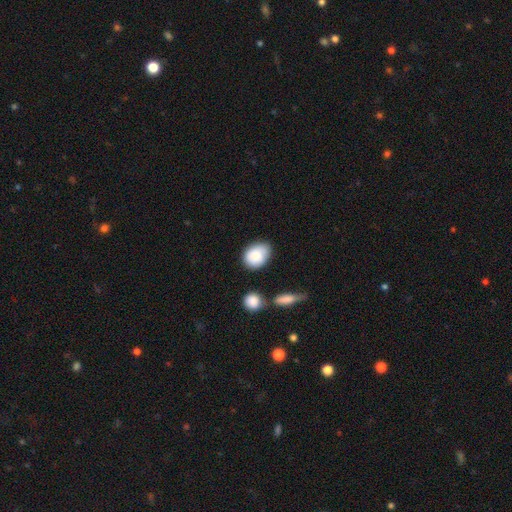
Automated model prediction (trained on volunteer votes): Morphology: type=smooth (83%); roundness=in between (69%); merging=none (66%).